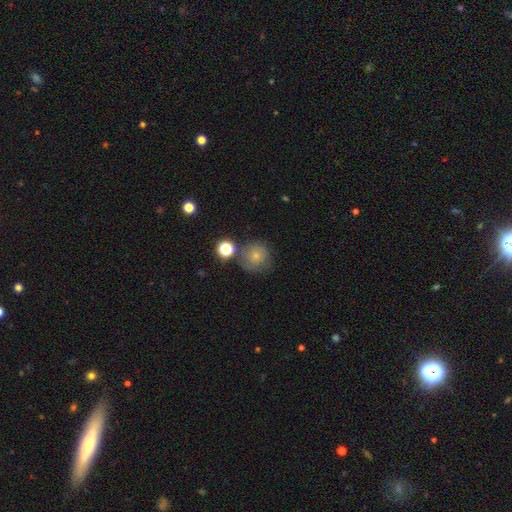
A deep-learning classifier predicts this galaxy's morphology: smooth_or_featured: smooth (p=0.72) [alt: featured or disk p=0.16]
how_rounded: round (p=0.92) [alt: in between p=0.07]
merging: none (p=0.66) [alt: minor disturbance p=0.17]